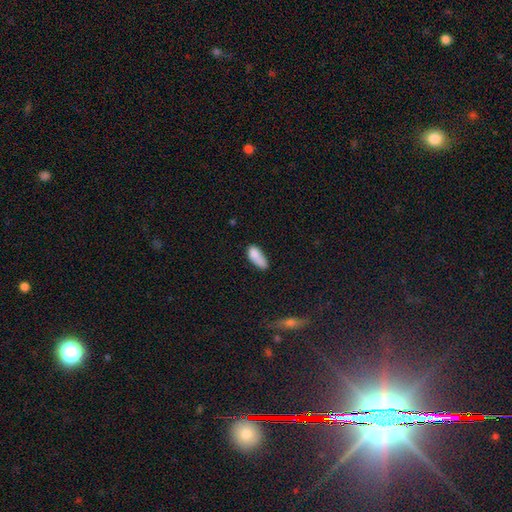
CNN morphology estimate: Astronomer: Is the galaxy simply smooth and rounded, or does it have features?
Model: smooth — 81%.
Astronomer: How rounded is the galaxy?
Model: in between — 81%.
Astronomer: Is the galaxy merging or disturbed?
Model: none — 43% (runner-up: minor disturbance, 31%).